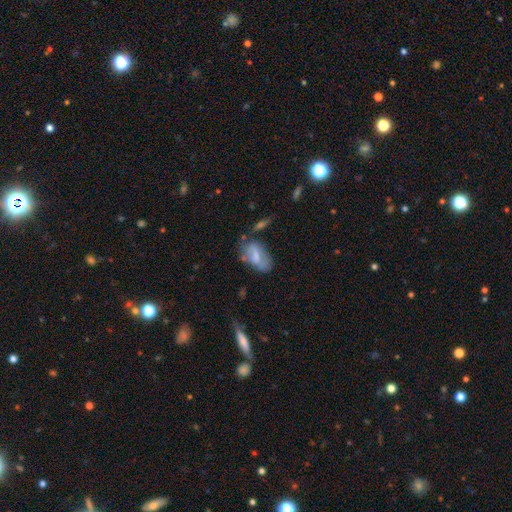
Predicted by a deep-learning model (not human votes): Smooth or featured?
  - smooth: 54% *
  - featured or disk: 38%
  - star or artifact: 8%
How rounded?
  - in between: 90% *
  - round: 6%
  - cigar-shaped: 4%
Merging?
  - none: 48% *
  - minor disturbance: 28%
  - major disturbance: 15%
  - merger: 8%